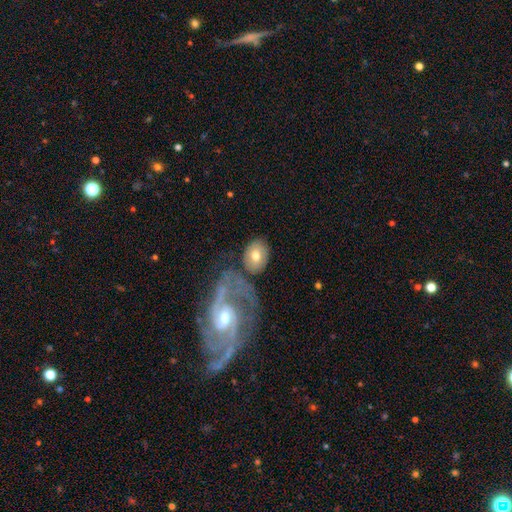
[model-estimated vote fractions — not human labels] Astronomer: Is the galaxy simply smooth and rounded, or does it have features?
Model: smooth — 66%.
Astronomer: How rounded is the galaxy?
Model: in between — 66%.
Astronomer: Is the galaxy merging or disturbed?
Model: none — 66%.